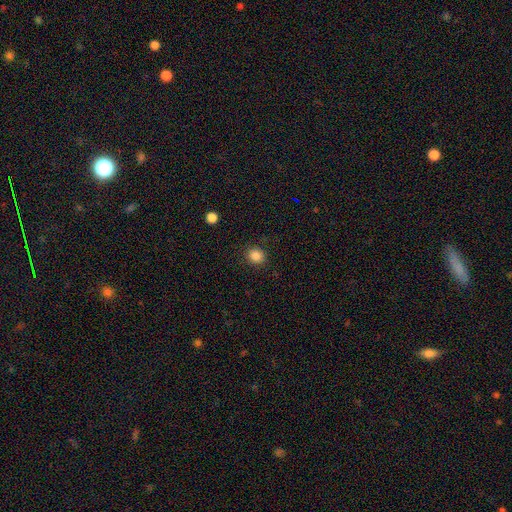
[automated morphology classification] type=smooth (86%); roundness=round (80%); merging=none (89%).